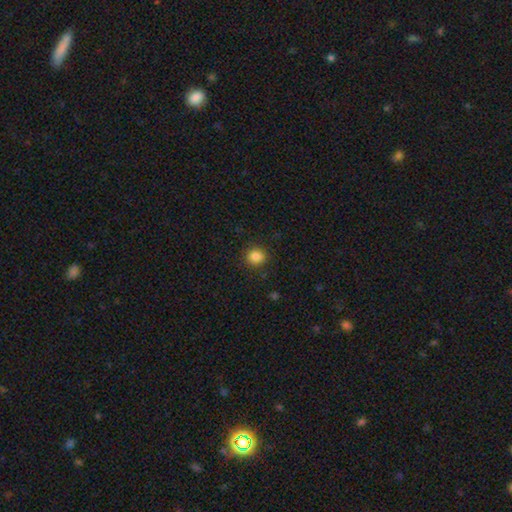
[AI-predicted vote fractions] This appears to be a smooth galaxy with no disk features (84%) that is round (85%). Merging: none (88%).